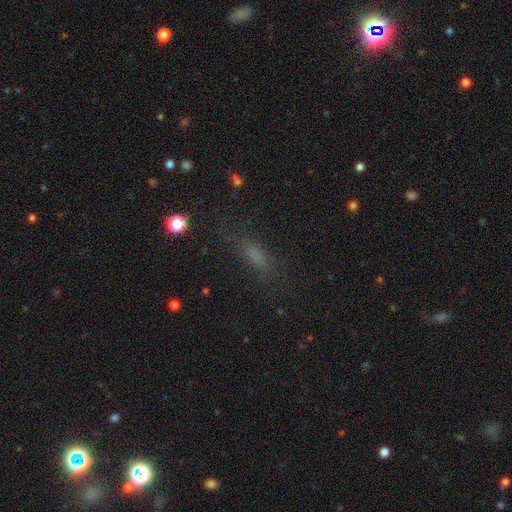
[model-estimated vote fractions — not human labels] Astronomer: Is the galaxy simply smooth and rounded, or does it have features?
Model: smooth — 63%.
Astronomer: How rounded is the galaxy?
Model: in between — 50% (runner-up: cigar-shaped, 43%).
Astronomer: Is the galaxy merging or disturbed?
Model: none — 67%.